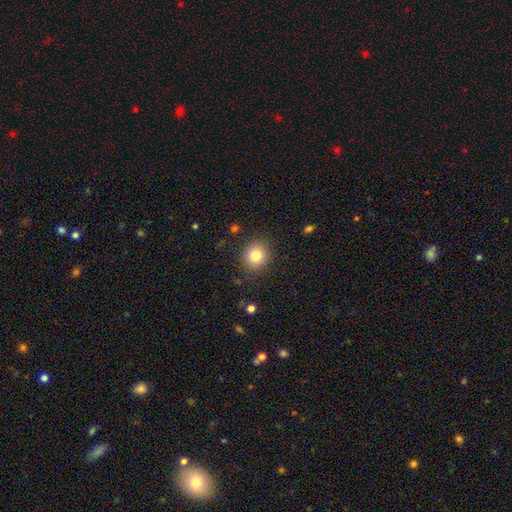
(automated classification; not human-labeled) Q: Smooth or featured?
A: smooth (81%); runner-up: star or artifact (11%)
Q: How rounded?
A: round (84%); runner-up: in between (15%)
Q: Merging?
A: none (87%); runner-up: minor disturbance (9%)